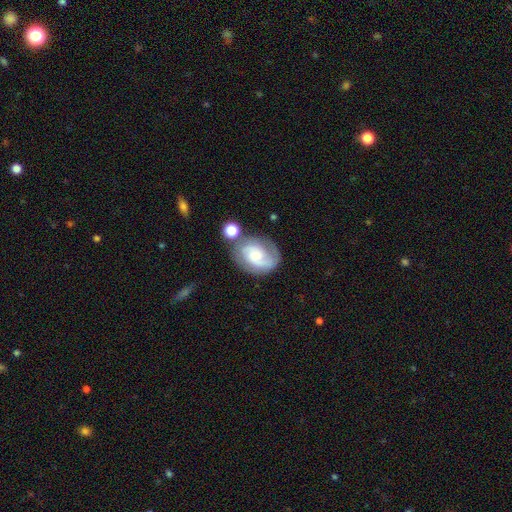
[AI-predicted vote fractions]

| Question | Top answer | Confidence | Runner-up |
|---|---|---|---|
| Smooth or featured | featured or disk | 68% | smooth (25%) |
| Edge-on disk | no | 97% | yes (3%) |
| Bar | no | 56% | weak (36%) |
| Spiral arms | yes | 91% | no (9%) |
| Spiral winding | medium | 45% | tight (36%) |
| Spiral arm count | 2 | 68% | can't tell (14%) |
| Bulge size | small | 43% | moderate (39%) |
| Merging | none | 59% | minor disturbance (20%) |